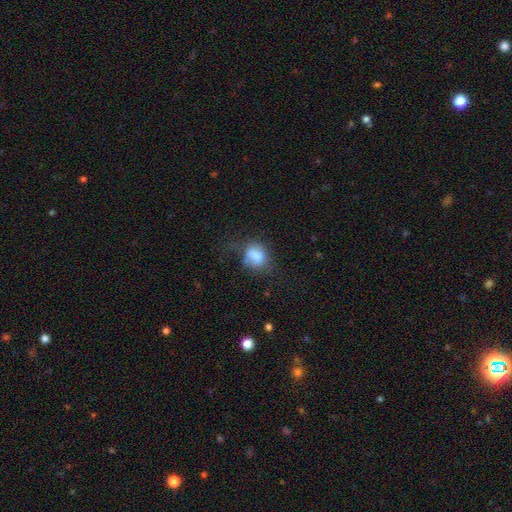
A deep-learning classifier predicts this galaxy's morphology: The model was most divided on "how rounded": in between: 51%, round: 48%, cigar-shaped: 1%. Remaining: smooth or featured — smooth (78%); merging — none (50%).